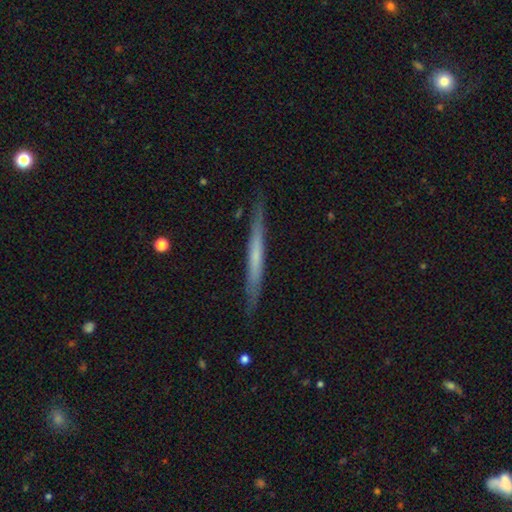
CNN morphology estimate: Q: Smooth or featured?
A: featured or disk (52%); runner-up: smooth (42%)
Q: Edge-on disk?
A: yes (95%); runner-up: no (5%)
Q: Merging?
A: none (88%); runner-up: minor disturbance (9%)